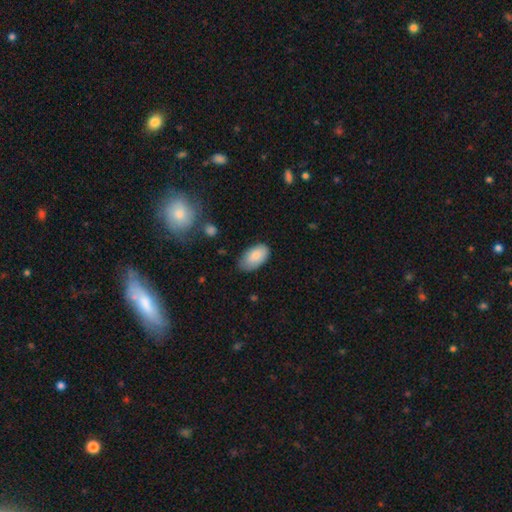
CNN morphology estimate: A smooth galaxy with no disk features (84%) that is in between round and cigar-shaped (95%). Merging: none (69%).